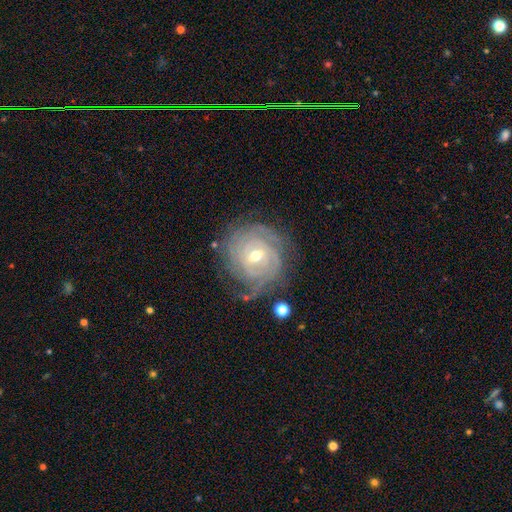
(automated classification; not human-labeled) Smooth or featured: featured or disk — 87% (smooth — 8%)
Edge-on disk: no — 97% (yes — 3%)
Bar: weak — 48% (no — 37%)
Spiral arms: yes — 95% (no — 5%)
Spiral winding: tight — 79% (medium — 17%)
Spiral arm count: can't tell — 35% (3 — 22%)
Bulge size: moderate — 57% (small — 39%)
Merging: none — 69% (minor disturbance — 20%)